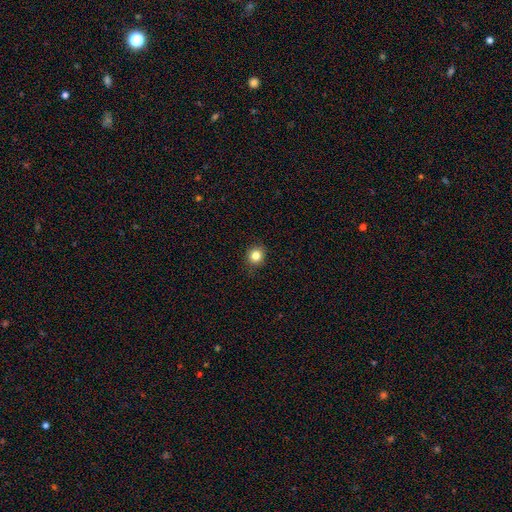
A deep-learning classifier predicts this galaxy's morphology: Smooth or featured? smooth (83%)
How rounded? round (84%)
Merging? none (89%)